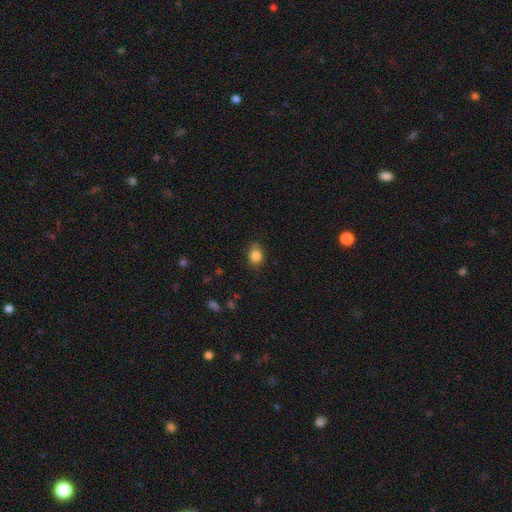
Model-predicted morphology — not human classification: type=smooth (85%); roundness=in between (55%); merging=none (79%).